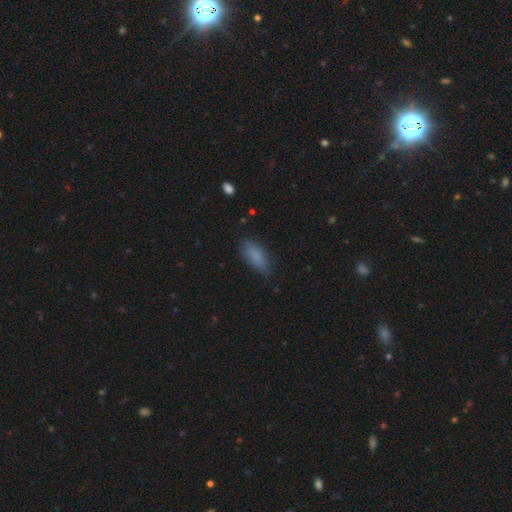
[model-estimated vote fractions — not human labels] Q: Smooth or featured?
A: smooth (85%); runner-up: star or artifact (8%)
Q: How rounded?
A: in between (73%); runner-up: cigar-shaped (25%)
Q: Merging?
A: none (79%); runner-up: minor disturbance (16%)